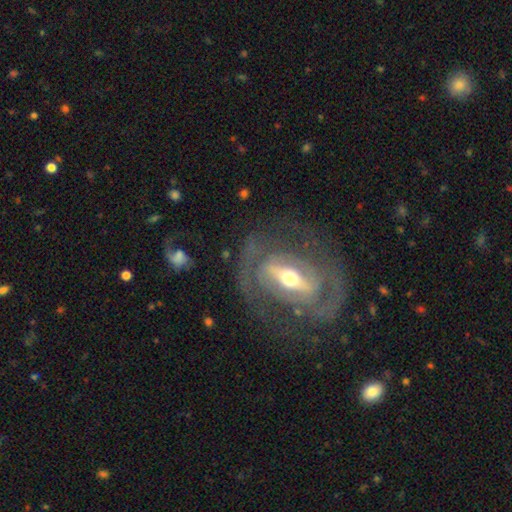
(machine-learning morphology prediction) Smooth or featured? Predicted: featured or disk (p=0.86). Edge-on disk? Predicted: no (p=0.92). Bar? Predicted: strong (p=0.55). Spiral arms? Predicted: yes (p=0.86). Spiral winding? Predicted: tight (p=0.48). Spiral arm count? Predicted: 2 (p=0.65). Bulge size? Predicted: moderate (p=0.60). Merging? Predicted: none (p=0.74).